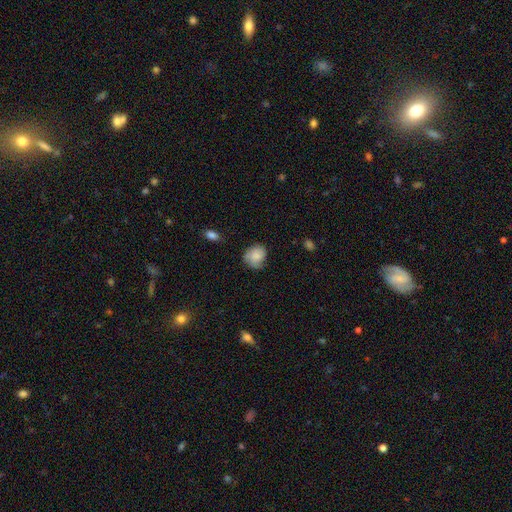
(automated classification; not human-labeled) Smooth or featured: smooth — 76% (featured or disk — 16%)
How rounded: round — 68% (in between — 31%)
Merging: none — 61% (minor disturbance — 29%)